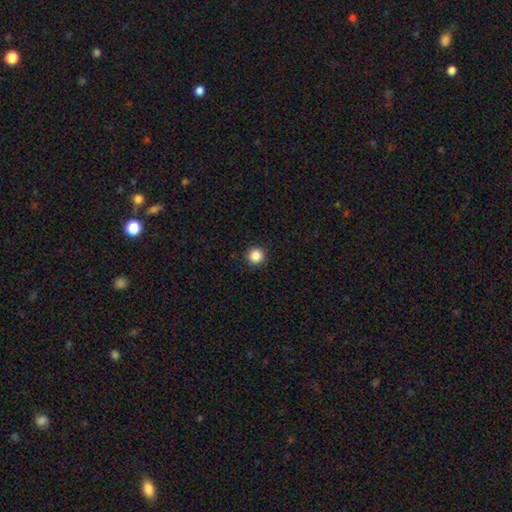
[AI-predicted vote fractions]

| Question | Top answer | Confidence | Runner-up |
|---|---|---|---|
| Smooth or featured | smooth | 86% | star or artifact (10%) |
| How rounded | round | 95% | in between (4%) |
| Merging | none | 93% | minor disturbance (5%) |